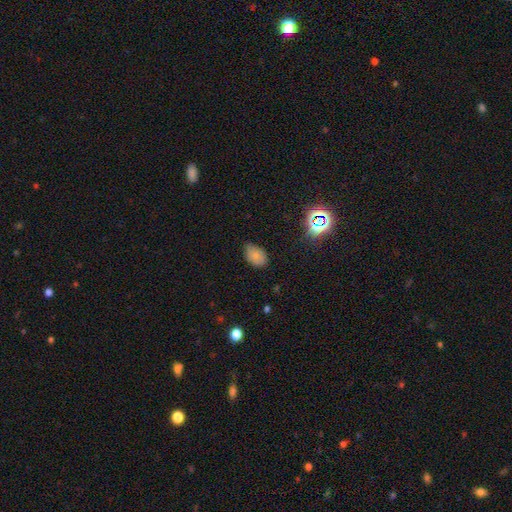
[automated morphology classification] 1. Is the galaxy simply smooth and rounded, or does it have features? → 75% smooth, 14% star or artifact, 11% featured or disk.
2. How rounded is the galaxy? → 83% in between, 16% round, 1% cigar-shaped.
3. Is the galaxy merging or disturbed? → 66% none, 28% minor disturbance, 5% major disturbance, 2% merger.